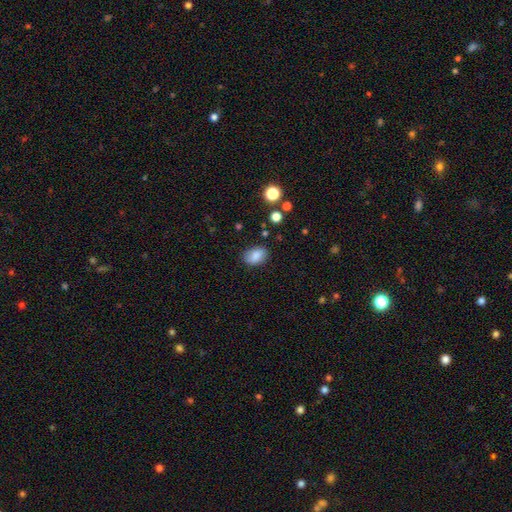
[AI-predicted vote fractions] Q: Smooth or featured?
A: smooth (84%); runner-up: star or artifact (9%)
Q: How rounded?
A: in between (77%); runner-up: round (22%)
Q: Merging?
A: none (80%); runner-up: minor disturbance (15%)